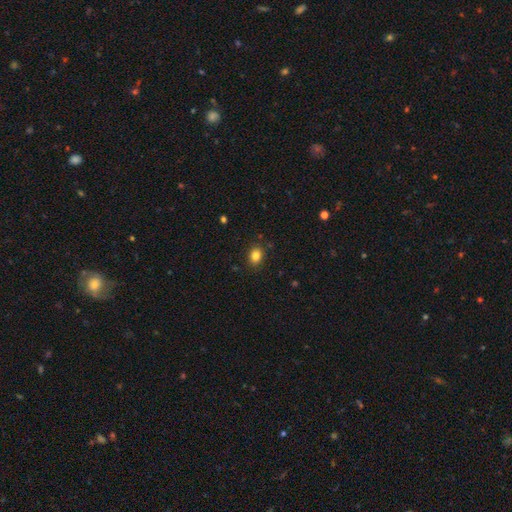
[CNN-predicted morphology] Smooth or featured?
  - smooth: 83% *
  - star or artifact: 11%
  - featured or disk: 6%
How rounded?
  - in between: 54% *
  - round: 45%
  - cigar-shaped: 1%
Merging?
  - none: 88% *
  - minor disturbance: 9%
  - major disturbance: 2%
  - merger: 1%